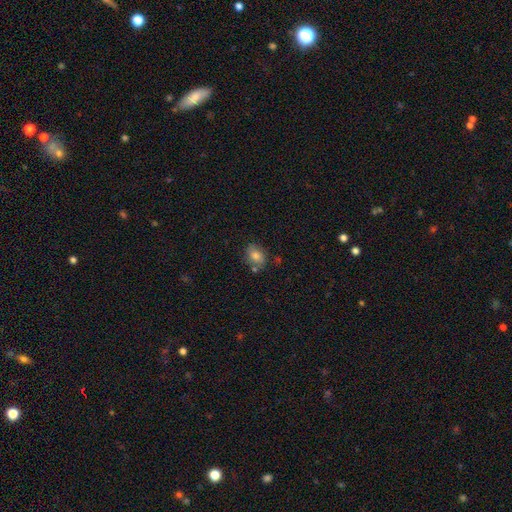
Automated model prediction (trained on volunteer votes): Q: Smooth or featured?
A: smooth (74%); runner-up: featured or disk (16%)
Q: How rounded?
A: in between (63%); runner-up: round (35%)
Q: Merging?
A: none (68%); runner-up: minor disturbance (18%)